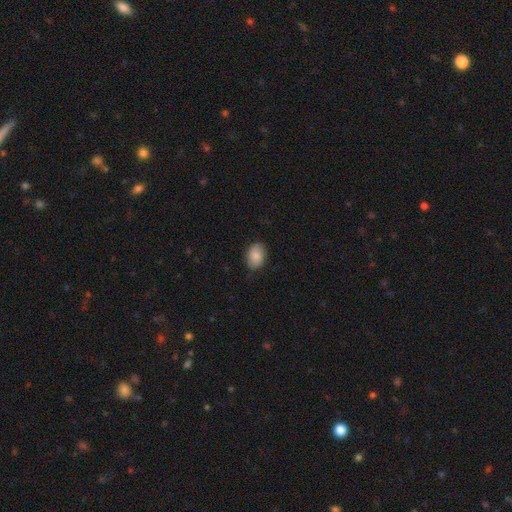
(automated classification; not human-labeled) A smooth galaxy with no disk features (85%) that is in between round and cigar-shaped (80%). Merging: none (83%).